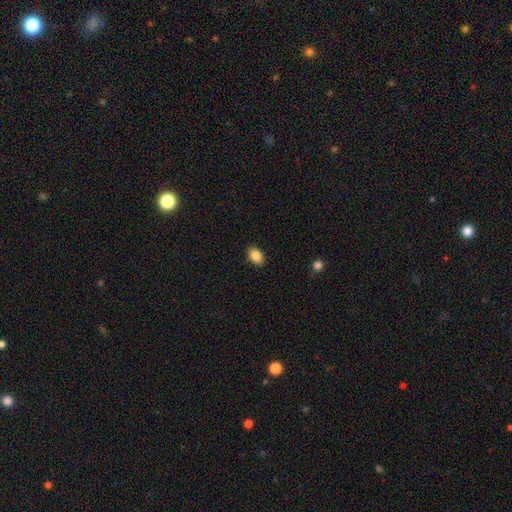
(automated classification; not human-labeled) Smooth or featured?
  - smooth: 87% *
  - star or artifact: 8%
  - featured or disk: 5%
How rounded?
  - in between: 87% *
  - round: 12%
  - cigar-shaped: 1%
Merging?
  - none: 89% *
  - minor disturbance: 8%
  - major disturbance: 2%
  - merger: 1%